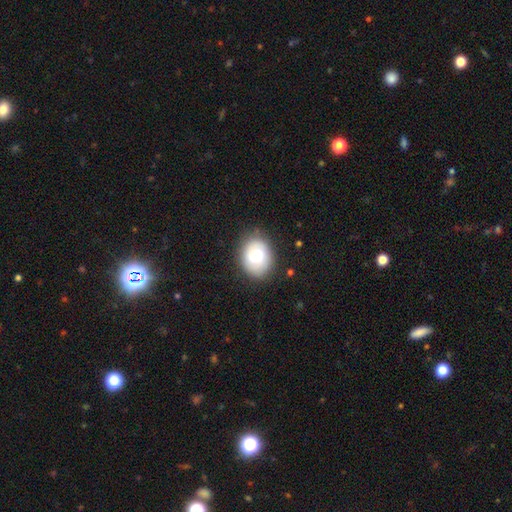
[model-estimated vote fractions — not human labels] Overall: smooth (71%). How rounded: in between (51%; round 48%). Merging: none (82%).